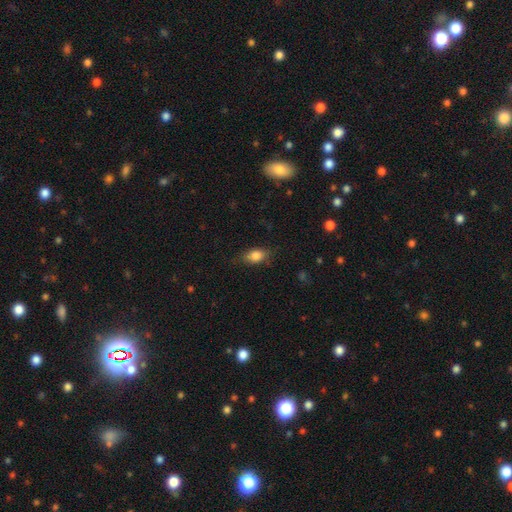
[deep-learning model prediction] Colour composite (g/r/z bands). It shows a smooth galaxy with no disk features (83%) that is in between round and cigar-shaped (84%). Merging: none (78%).